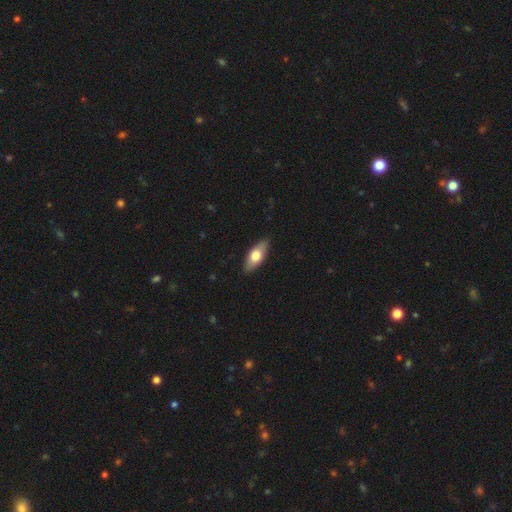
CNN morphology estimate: The model was most divided on "smooth or featured": smooth: 66%, featured or disk: 28%, star or artifact: 5%. More confident: merging — none (88%); how rounded — in between (77%).